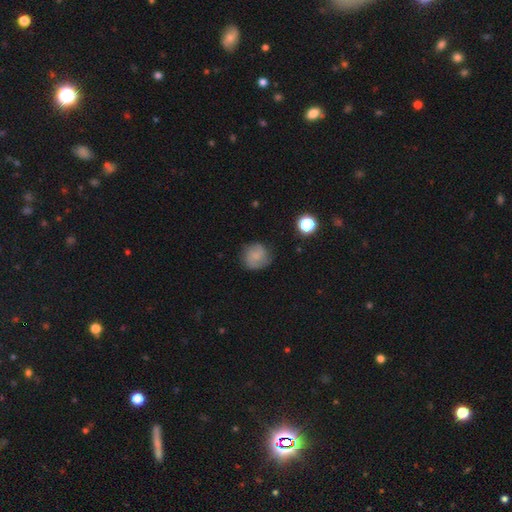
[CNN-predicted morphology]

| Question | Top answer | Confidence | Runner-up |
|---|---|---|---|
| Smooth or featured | smooth | 62% | featured or disk (28%) |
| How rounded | round | 84% | in between (15%) |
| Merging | none | 72% | minor disturbance (20%) |